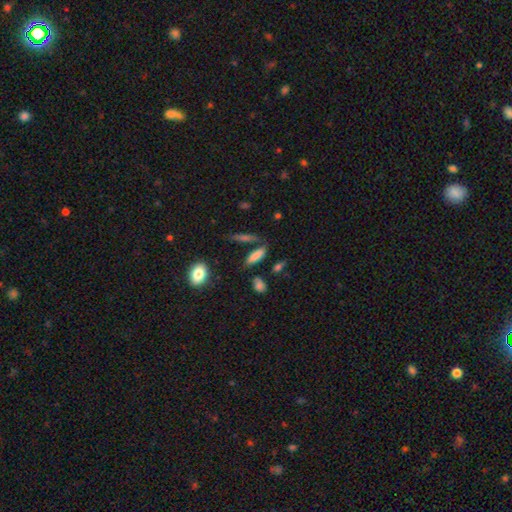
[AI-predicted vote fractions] This is likely a smooth galaxy (75%). How rounded: possibly cigar-shaped (57%). Merging: likely none (71%).